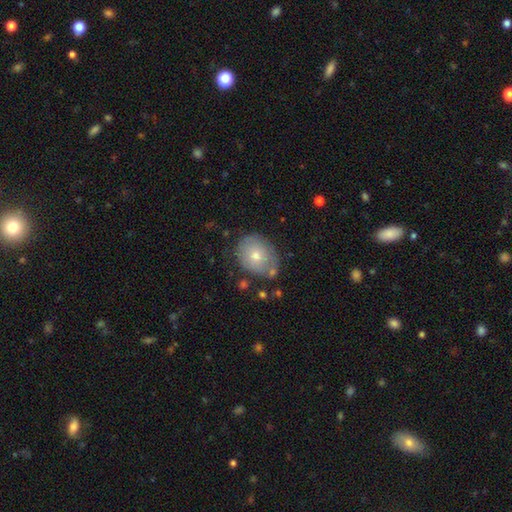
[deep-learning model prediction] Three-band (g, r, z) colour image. It shows a smooth galaxy with no disk features (70%) that is round (51%). Merging: none (68%).